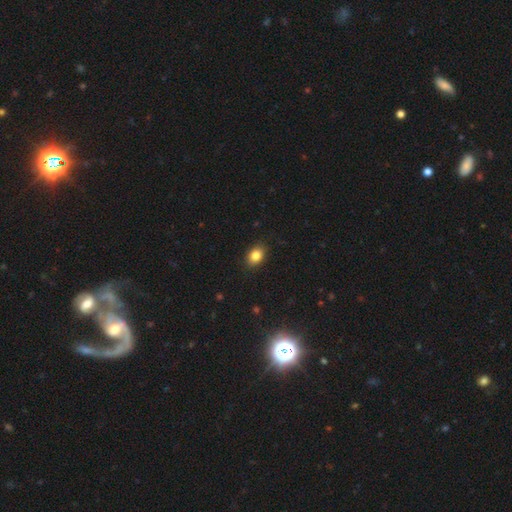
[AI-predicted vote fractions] This is clearly a smooth galaxy (84%). How rounded: likely in between (72%). Merging: clearly none (88%).